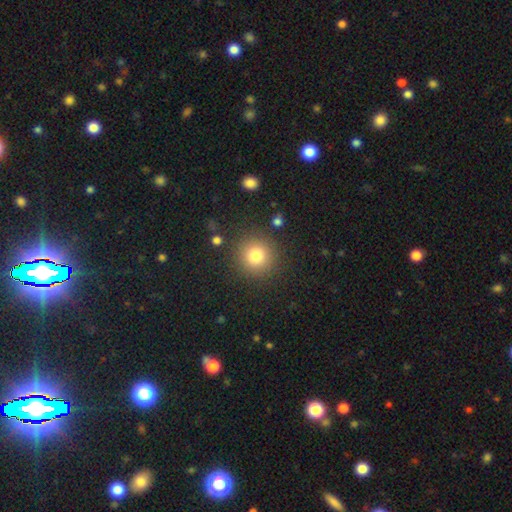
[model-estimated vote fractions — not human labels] Smooth or featured? smooth (81%)
How rounded? round (93%)
Merging? none (87%)